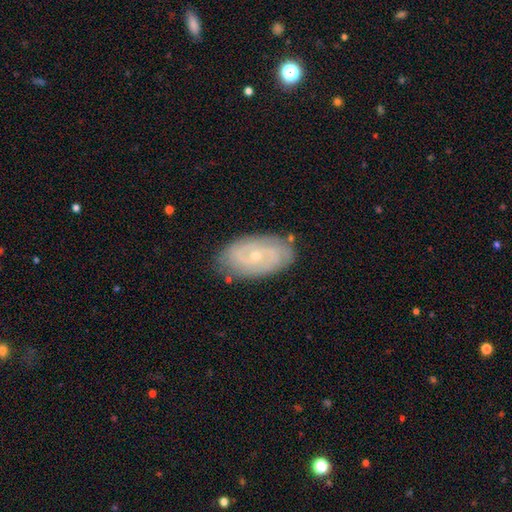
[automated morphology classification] This is likely a featured or disk galaxy (76%). It is clearly not viewed edge-on (95%). Bar: likely no (68%). Spiral arm pattern: clearly yes (90%). Spiral arm count: possibly 2 (48%). Spiral winding: possibly tight (60%). Central bulge: likely small (70%). Merging: clearly none (80%).